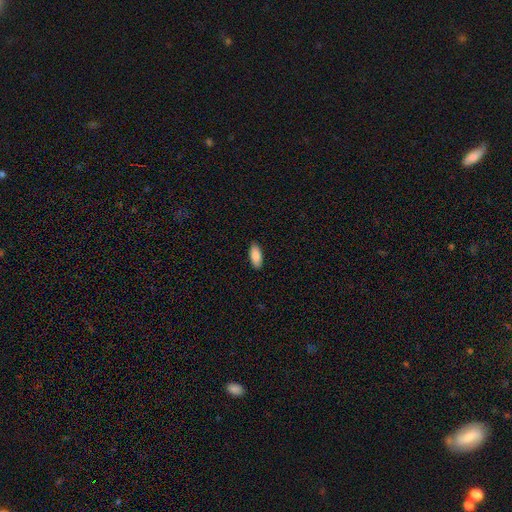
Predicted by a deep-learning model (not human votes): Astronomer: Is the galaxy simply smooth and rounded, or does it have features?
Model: smooth — 88%.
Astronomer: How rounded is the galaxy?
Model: in between — 83%.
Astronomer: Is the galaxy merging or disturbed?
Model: none — 89%.